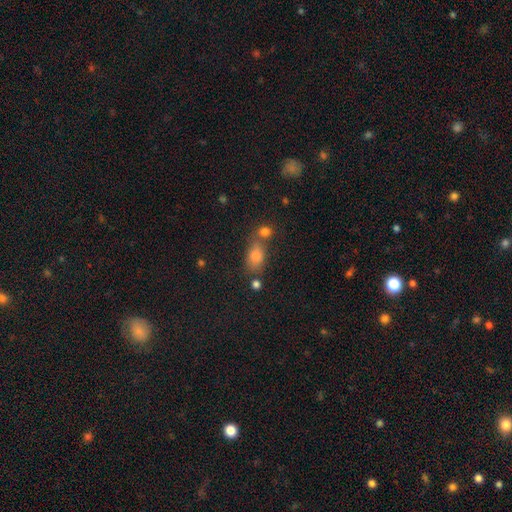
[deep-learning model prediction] Smooth or featured? Predicted: smooth (p=0.73). How rounded? Predicted: in between (p=0.75). Merging? Predicted: none (p=0.56).